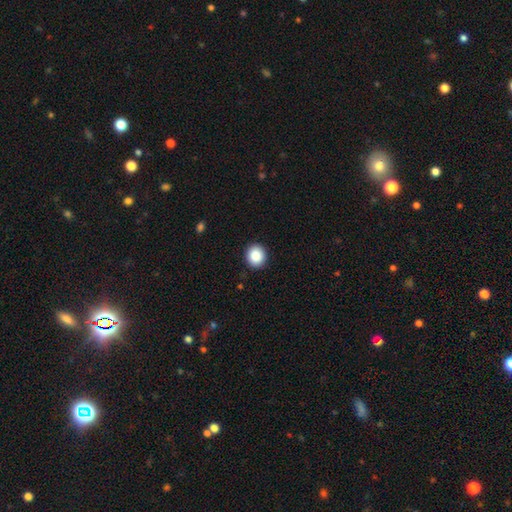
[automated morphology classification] Q: Smooth or featured?
A: smooth (88%); runner-up: star or artifact (9%)
Q: How rounded?
A: round (86%); runner-up: in between (13%)
Q: Merging?
A: none (91%); runner-up: minor disturbance (6%)